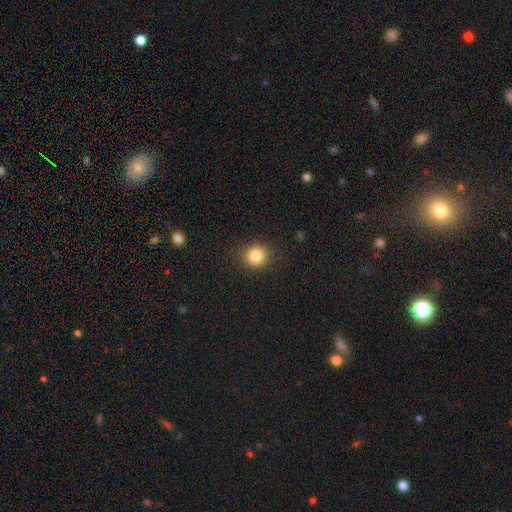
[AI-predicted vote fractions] smooth_or_featured: smooth (p=0.84) [alt: star or artifact p=0.11]
how_rounded: round (p=0.85) [alt: in between p=0.14]
merging: none (p=0.89) [alt: minor disturbance p=0.07]